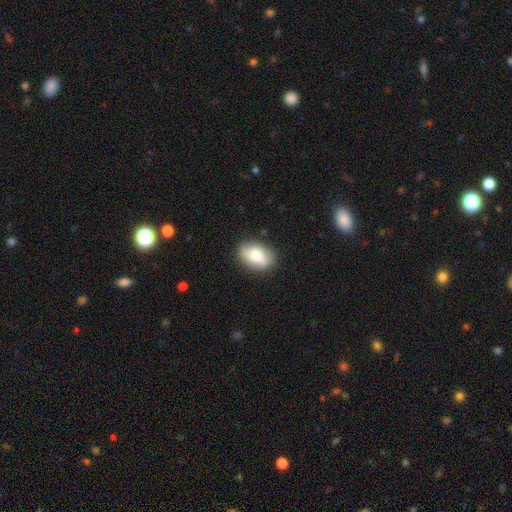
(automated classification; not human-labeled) Smooth or featured: smooth — 72% (featured or disk — 21%)
How rounded: in between — 86% (round — 12%)
Merging: none — 82% (minor disturbance — 14%)